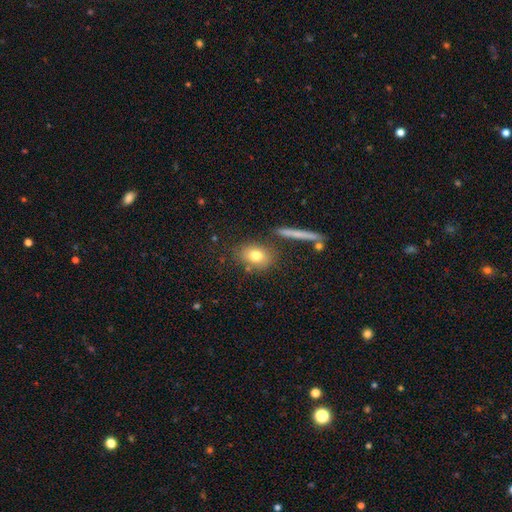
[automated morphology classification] smooth-or-featured: smooth: 77% | featured or disk: 13% | star or artifact: 9%
  how-rounded: in between: 64% | round: 32% | cigar-shaped: 4%
  merging: none: 75% | minor disturbance: 13% | merger: 8% | major disturbance: 4%